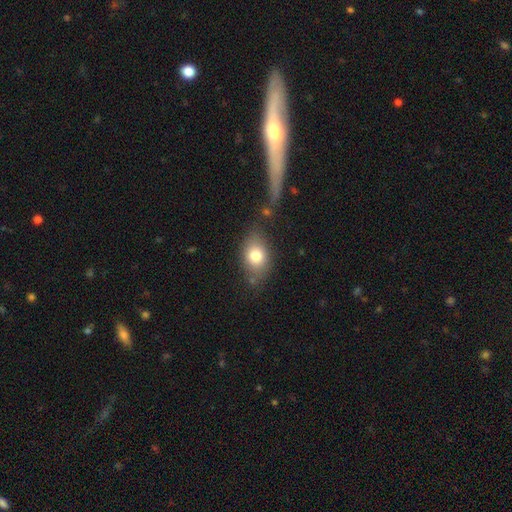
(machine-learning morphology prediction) type=smooth (78%); roundness=in between (76%); merging=none (71%).